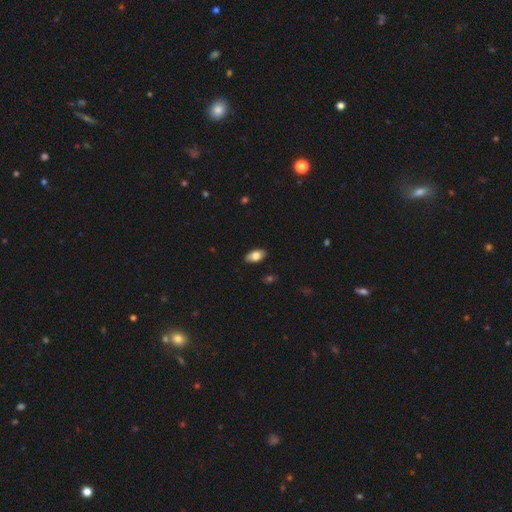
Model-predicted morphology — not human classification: This is clearly a smooth galaxy (81%). How rounded: clearly in between (93%). Merging: clearly none (87%).